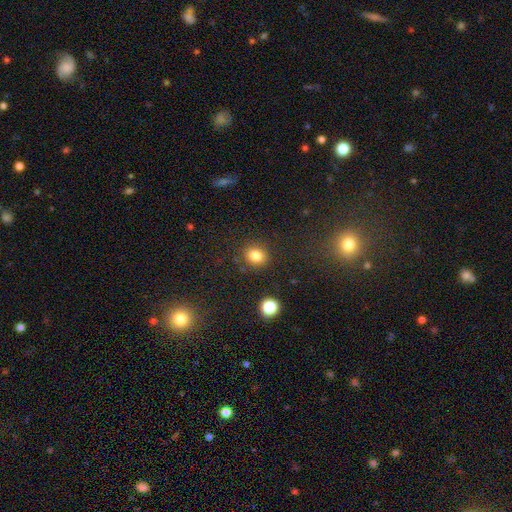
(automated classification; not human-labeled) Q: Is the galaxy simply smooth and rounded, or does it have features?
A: smooth — 82%.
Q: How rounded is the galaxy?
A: round — 70%.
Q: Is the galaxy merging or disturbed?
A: none — 84%.